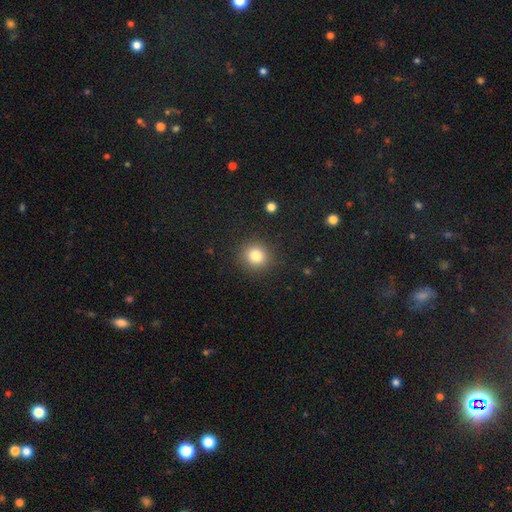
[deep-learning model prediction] A smooth galaxy with no disk features (82%) that is round (90%).

Vote fractions:
- Smooth or featured? smooth: 82% / star or artifact: 12% / featured or disk: 6%
- How rounded? round: 90% / in between: 9% / cigar-shaped: 1%
- Merging? none: 90% / minor disturbance: 6% / major disturbance: 3% / merger: 1%